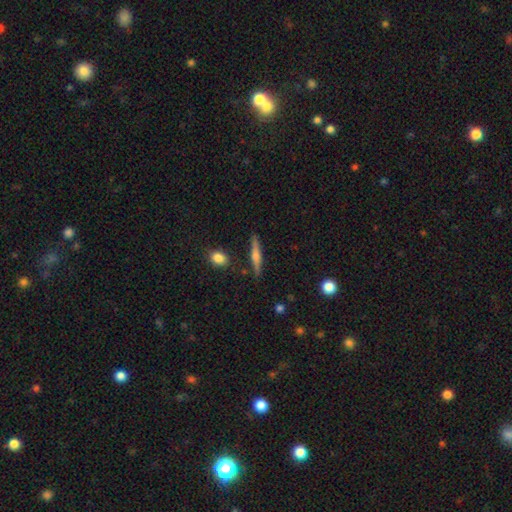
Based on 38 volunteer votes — A featured or disk galaxy (71%) viewed edge-on (100%) with a rounded central bulge (81%). Merging: none (89%).